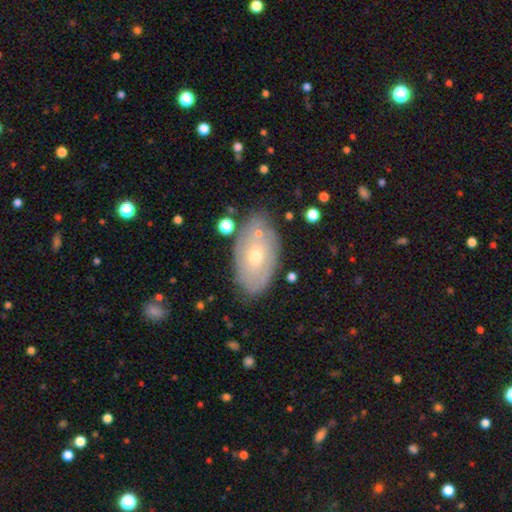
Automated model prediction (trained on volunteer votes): This appears to be a featured or disk galaxy (52%). Merging: none (76%).